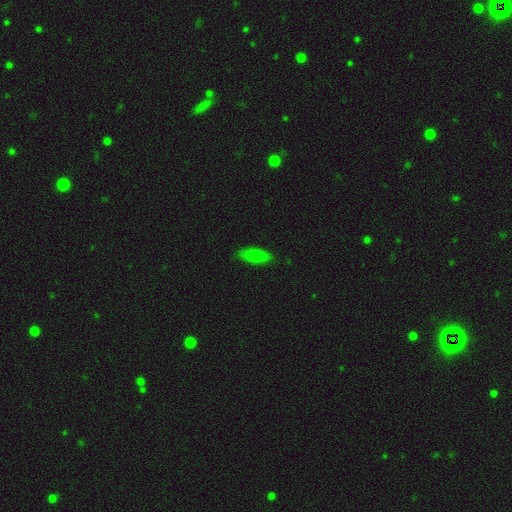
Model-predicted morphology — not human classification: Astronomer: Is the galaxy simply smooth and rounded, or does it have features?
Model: smooth — 83%.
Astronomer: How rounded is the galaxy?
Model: in between — 80%.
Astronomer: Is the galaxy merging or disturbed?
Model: none — 83%.